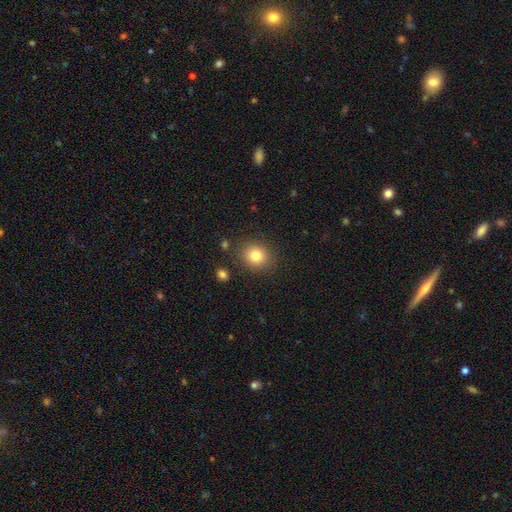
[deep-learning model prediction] A smooth galaxy with no disk features (82%) that is round (74%). Merging: none (85%).